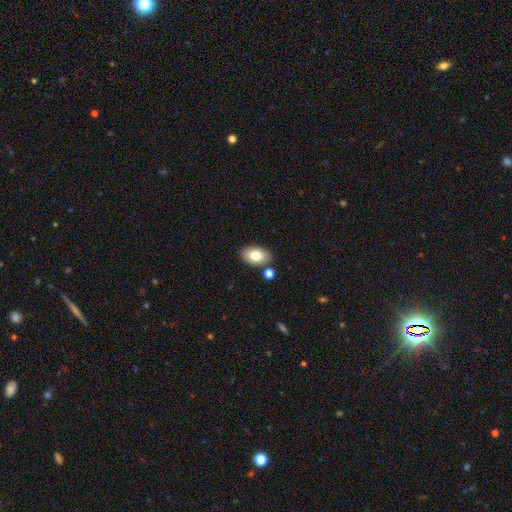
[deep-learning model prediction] Smooth or featured: smooth — 81% (featured or disk — 12%)
How rounded: in between — 89% (round — 10%)
Merging: none — 81% (minor disturbance — 10%)